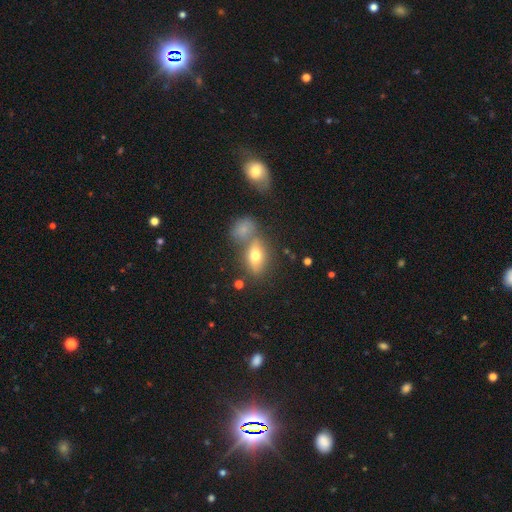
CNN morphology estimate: smooth 69%, featured or disk 20%, star or artifact 11%. Down the decision tree: how rounded — in between (81%); merging — none (57%).